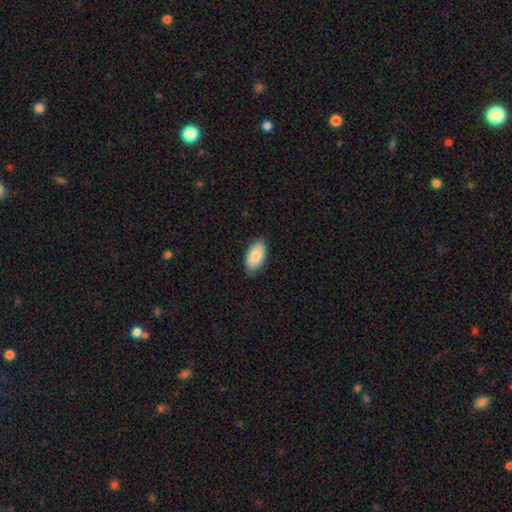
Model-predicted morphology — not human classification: smooth-or-featured: smooth: 84% | featured or disk: 10% | star or artifact: 6%
  how-rounded: in between: 95% | round: 3% | cigar-shaped: 3%
  merging: none: 83% | minor disturbance: 14% | major disturbance: 2% | merger: 1%